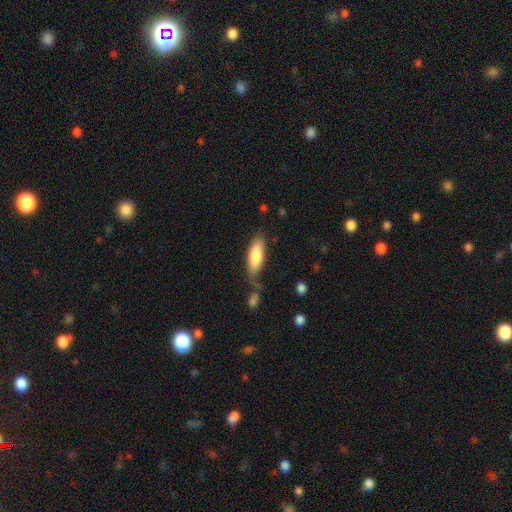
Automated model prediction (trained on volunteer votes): Smooth or featured: smooth — 81% (featured or disk — 14%)
How rounded: in between — 61% (cigar-shaped — 37%)
Merging: none — 59% (minor disturbance — 23%)